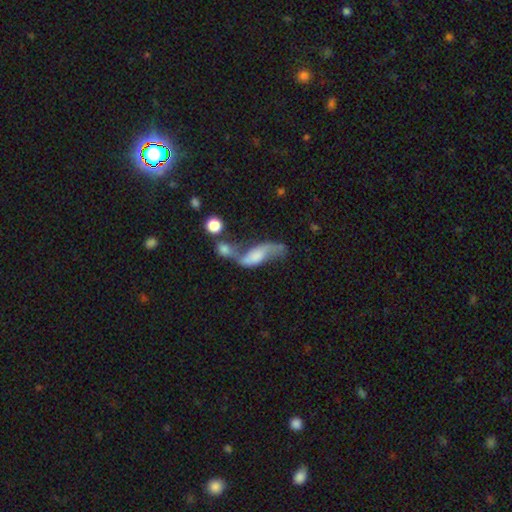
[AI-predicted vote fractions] Overall: featured or disk (59%; smooth 33%). Edge-on disk: no (87%). Bar: no (61%; weak 28%). Spiral arms: yes (79%). Bulge size: none (32%; moderate 25%). Merging: merger (50%; none 20%).